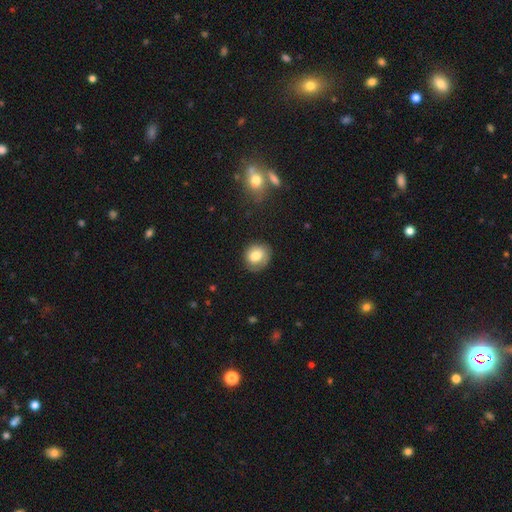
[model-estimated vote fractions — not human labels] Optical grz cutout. It shows a smooth galaxy with no disk features (75%) that is round (79%). Merging: none (76%).